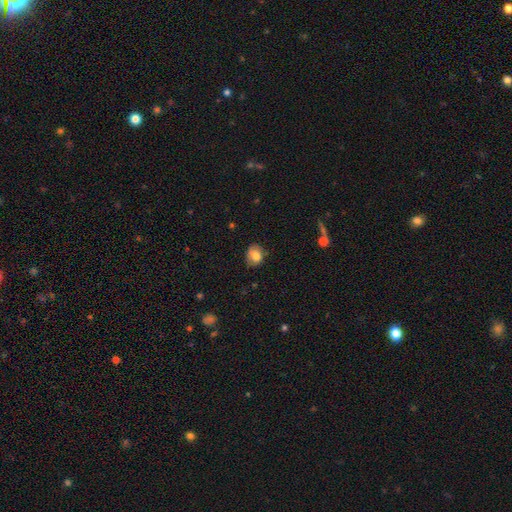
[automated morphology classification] smooth-or-featured: smooth: 74% | featured or disk: 16% | star or artifact: 9%
  how-rounded: round: 55% | in between: 44% | cigar-shaped: 1%
  merging: none: 66% | minor disturbance: 26% | major disturbance: 7% | merger: 2%